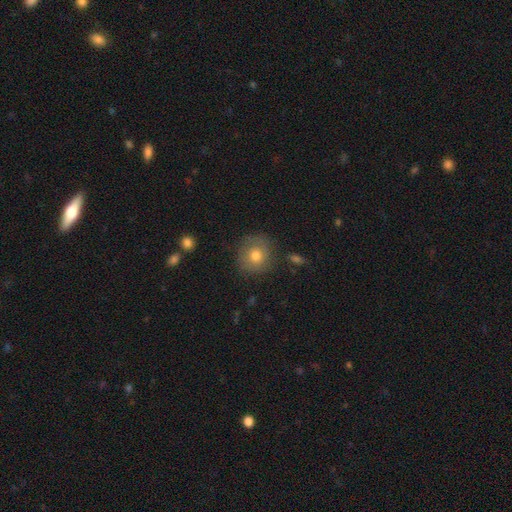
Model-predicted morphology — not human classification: smooth 69%, featured or disk 21%, star or artifact 10%. Down the decision tree: how rounded — round (86%); merging — none (80%).